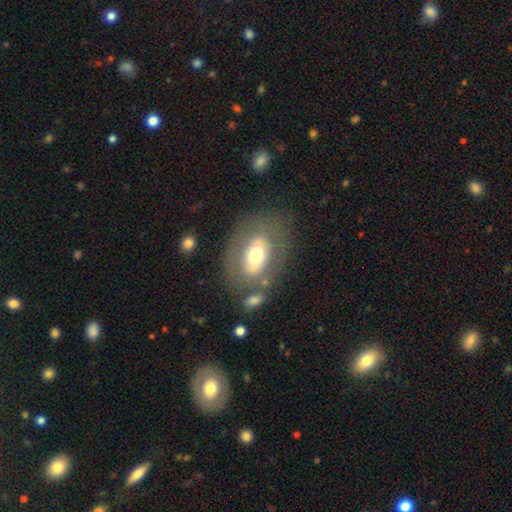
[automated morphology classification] Smooth or featured?
  - smooth: 50% *
  - featured or disk: 42%
  - star or artifact: 8%
How rounded?
  - in between: 78% *
  - round: 20%
  - cigar-shaped: 2%
Merging?
  - none: 68% *
  - minor disturbance: 14%
  - major disturbance: 9%
  - merger: 9%